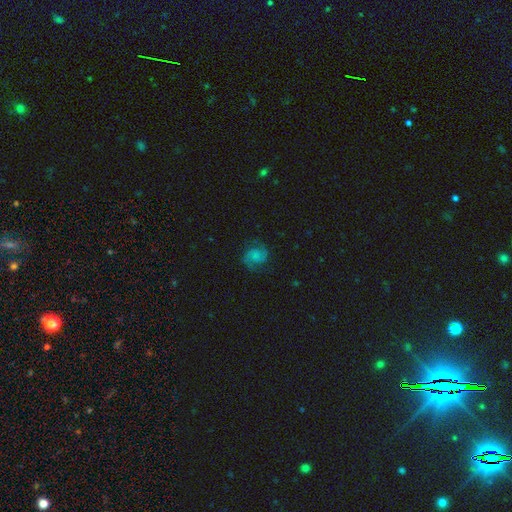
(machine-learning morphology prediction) smooth-or-featured: featured or disk: 63% | smooth: 26% | star or artifact: 11%
  disk-edge-on: no: 98% | yes: 2%
    bar: no: 66% | weak: 29% | strong: 5%
    has-spiral-arms: yes: 94% | no: 6%
      spiral-winding: medium: 52% | loose: 28% | tight: 20%
      spiral-arm-count: 2: 90% | can't tell: 4% | 1: 2% | 3: 1% | 4: 1% | more than 4: 1%
    bulge-size: none: 47% | small: 24% | moderate: 18% | large: 9% | dominant: 3%
  merging: none: 76% | minor disturbance: 15% | major disturbance: 8% | merger: 1%